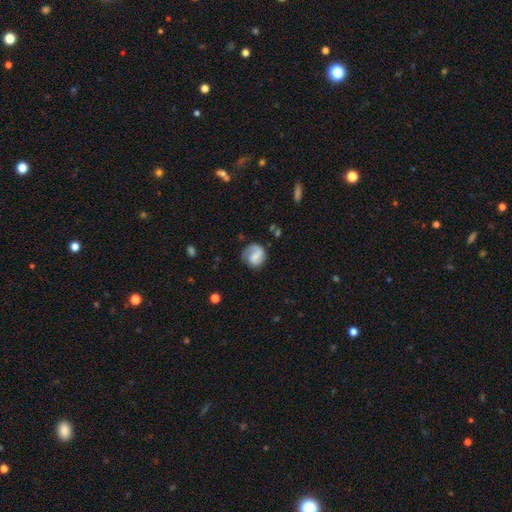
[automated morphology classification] A smooth galaxy with no disk features (48%). Merging: none (58%).